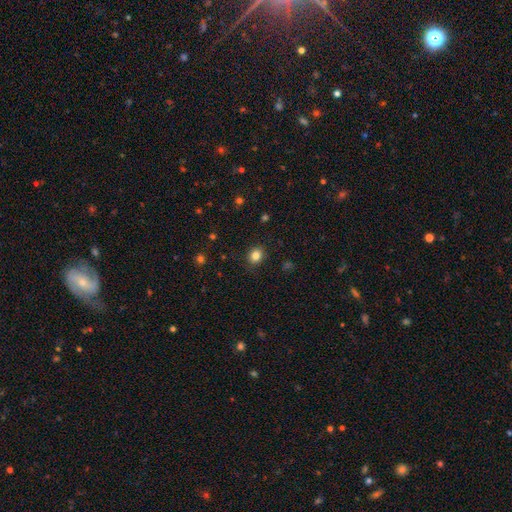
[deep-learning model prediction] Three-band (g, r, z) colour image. It shows a smooth galaxy with no disk features (83%) that is round (68%). Merging: none (88%).